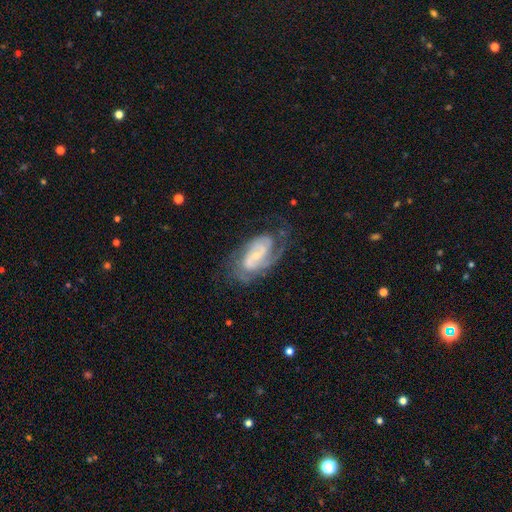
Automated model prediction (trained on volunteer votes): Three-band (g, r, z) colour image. It shows a featured or disk galaxy (82%) with a weak bar (44%), 2 (56%) tight (48%) spiral arms (94%) and a small central bulge (66%). Merging: none (63%).